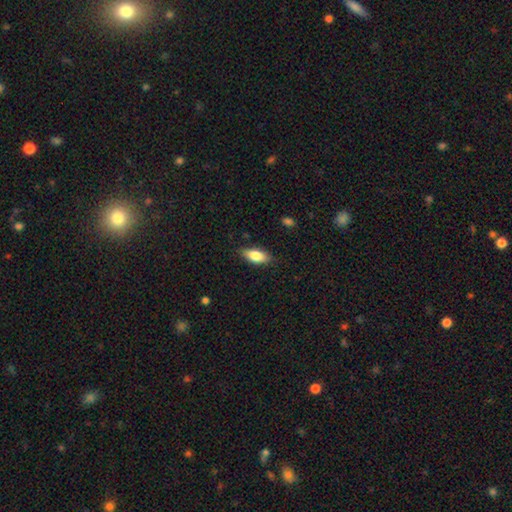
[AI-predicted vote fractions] The model was most divided on "smooth or featured": smooth: 80%, featured or disk: 14%, star or artifact: 7%. More confident: merging — none (84%); how rounded — in between (83%).